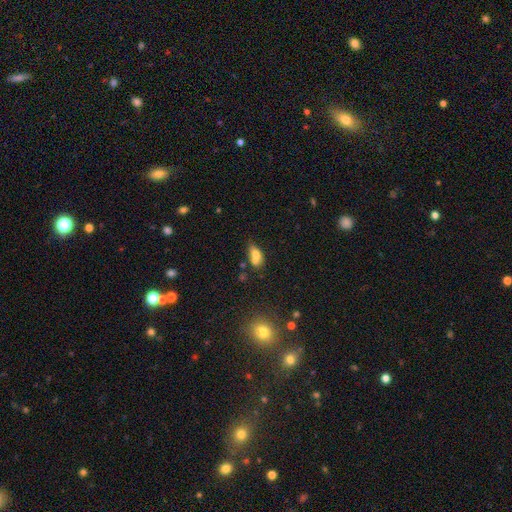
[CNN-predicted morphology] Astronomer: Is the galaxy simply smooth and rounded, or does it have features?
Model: smooth — 70%.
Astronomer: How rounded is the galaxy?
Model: in between — 77%.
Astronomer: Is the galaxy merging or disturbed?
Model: merger — 46% (runner-up: none, 30%).